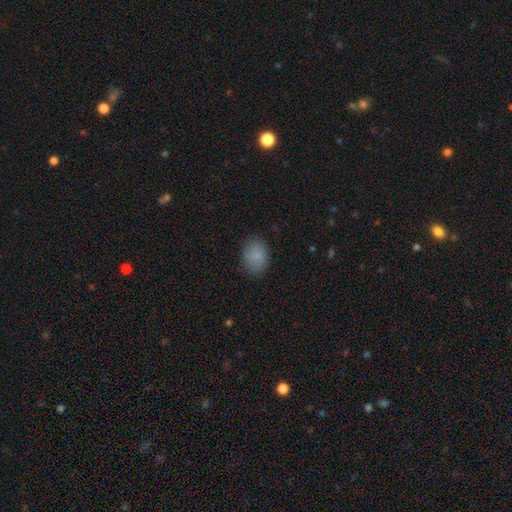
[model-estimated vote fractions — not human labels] Q: Smooth or featured?
A: smooth (85%); runner-up: star or artifact (9%)
Q: How rounded?
A: in between (66%); runner-up: round (33%)
Q: Merging?
A: none (82%); runner-up: minor disturbance (14%)